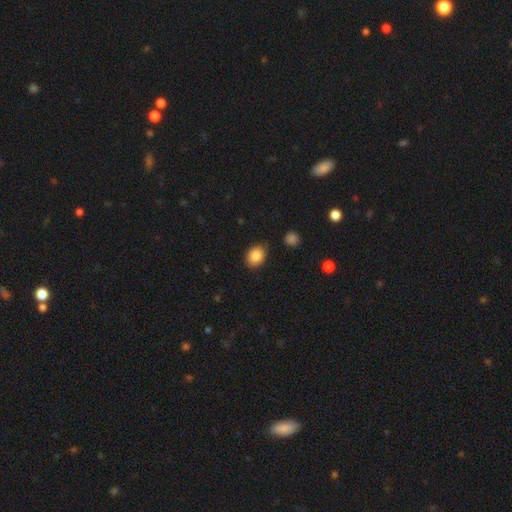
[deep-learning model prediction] Smooth or featured?
  - smooth: 86% *
  - star or artifact: 8%
  - featured or disk: 6%
How rounded?
  - in between: 57% *
  - round: 42%
  - cigar-shaped: 1%
Merging?
  - none: 85% *
  - minor disturbance: 11%
  - major disturbance: 2%
  - merger: 2%